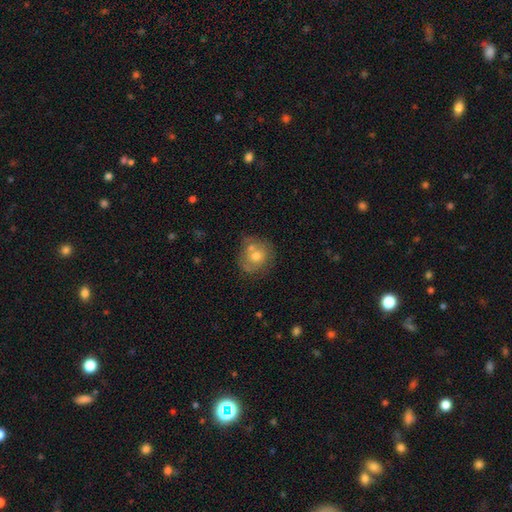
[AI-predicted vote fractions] smooth-or-featured: smooth: 60% | featured or disk: 30% | star or artifact: 10%
  how-rounded: round: 79% | in between: 20% | cigar-shaped: 1%
  merging: none: 51% | merger: 26% | minor disturbance: 17% | major disturbance: 6%